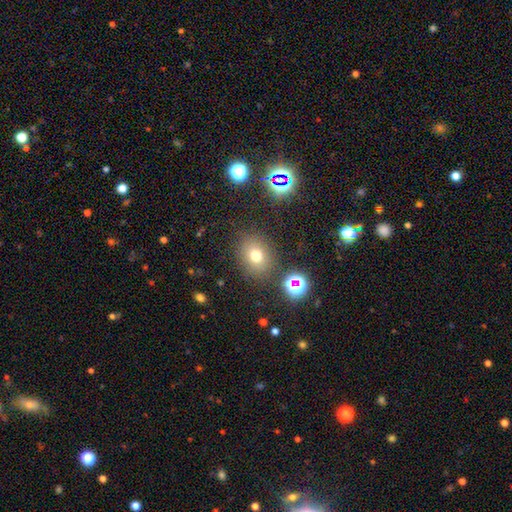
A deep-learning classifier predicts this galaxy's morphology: Smooth or featured? smooth (71%)
How rounded? round (63%)
Merging? none (82%)